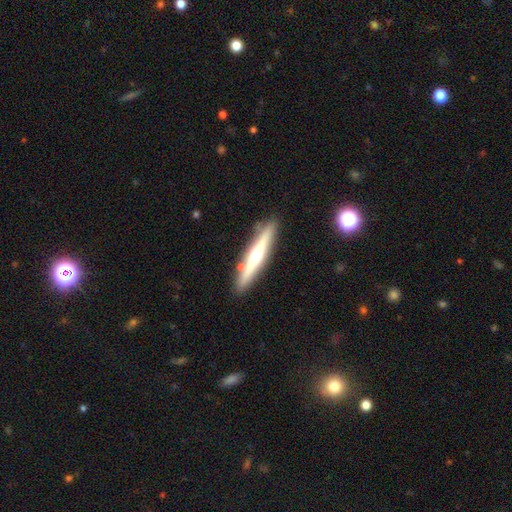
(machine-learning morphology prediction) This is likely a featured or disk galaxy (61%). It is clearly viewed edge-on (95%). Edge-on bulge: clearly rounded (86%). Merging: clearly none (86%).